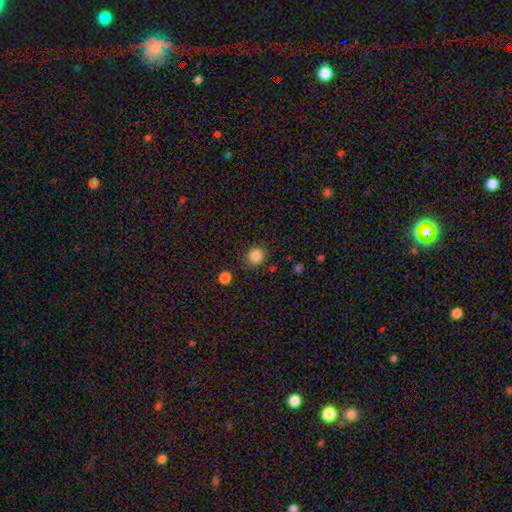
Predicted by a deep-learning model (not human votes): Smooth or featured: smooth — 86% (star or artifact — 11%)
How rounded: round — 87% (in between — 12%)
Merging: none — 86% (minor disturbance — 9%)